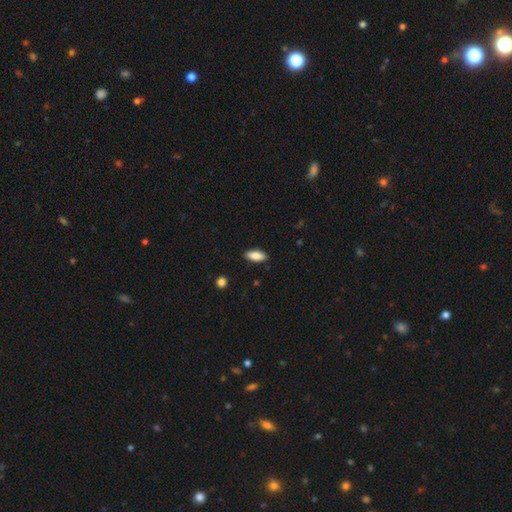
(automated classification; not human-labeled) Smooth or featured?
  - smooth: 85% *
  - featured or disk: 8%
  - star or artifact: 6%
How rounded?
  - in between: 79% *
  - cigar-shaped: 19%
  - round: 2%
Merging?
  - none: 88% *
  - minor disturbance: 9%
  - major disturbance: 2%
  - merger: 1%